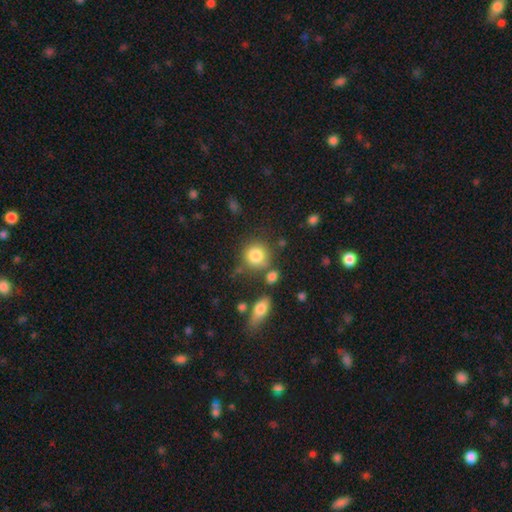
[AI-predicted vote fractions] This is clearly a smooth galaxy (83%). How rounded: clearly round (85%). Merging: likely none (69%).